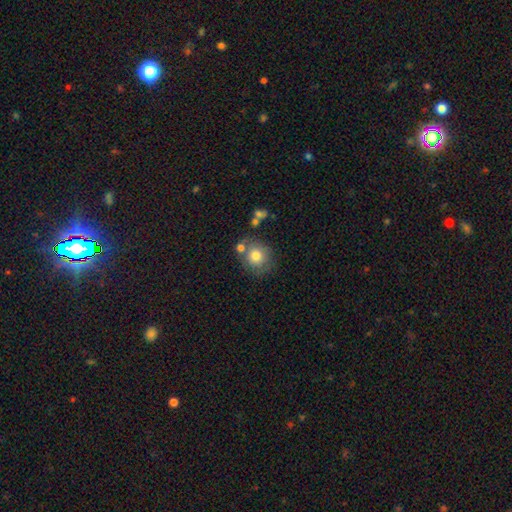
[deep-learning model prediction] Smooth or featured?
  - smooth: 76% *
  - featured or disk: 15%
  - star or artifact: 9%
How rounded?
  - round: 84% *
  - in between: 15%
  - cigar-shaped: 1%
Merging?
  - none: 63% *
  - merger: 16%
  - minor disturbance: 15%
  - major disturbance: 6%